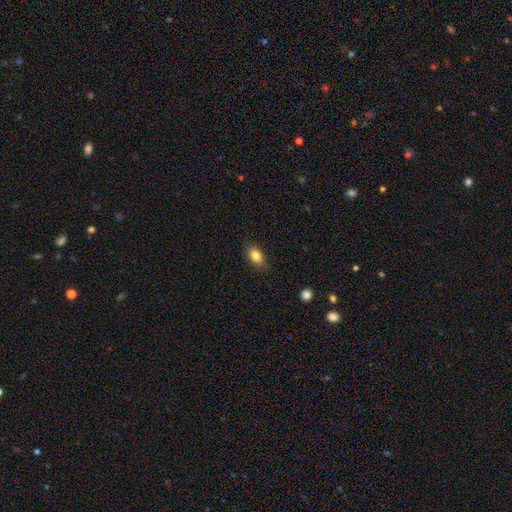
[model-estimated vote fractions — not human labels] Smooth or featured?
  - smooth: 83% *
  - star or artifact: 8%
  - featured or disk: 8%
How rounded?
  - in between: 85% *
  - round: 12%
  - cigar-shaped: 3%
Merging?
  - none: 81% *
  - minor disturbance: 15%
  - major disturbance: 3%
  - merger: 1%